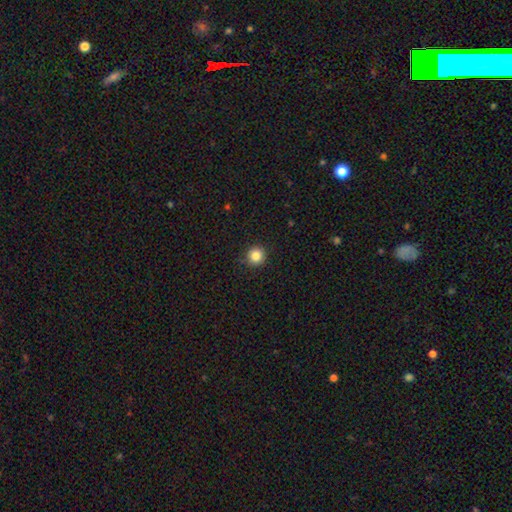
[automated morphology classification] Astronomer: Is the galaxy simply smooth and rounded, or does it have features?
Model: smooth — 84%.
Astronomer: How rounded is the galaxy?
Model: round — 95%.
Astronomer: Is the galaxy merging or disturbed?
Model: none — 91%.